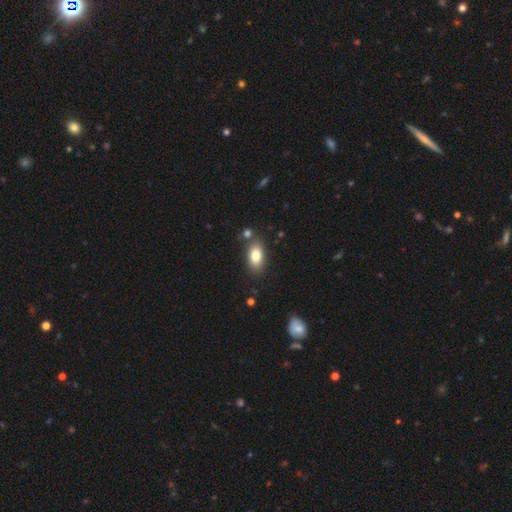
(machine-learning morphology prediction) A smooth galaxy with no disk features (81%) that is in between round and cigar-shaped (90%). Merging: none (77%).